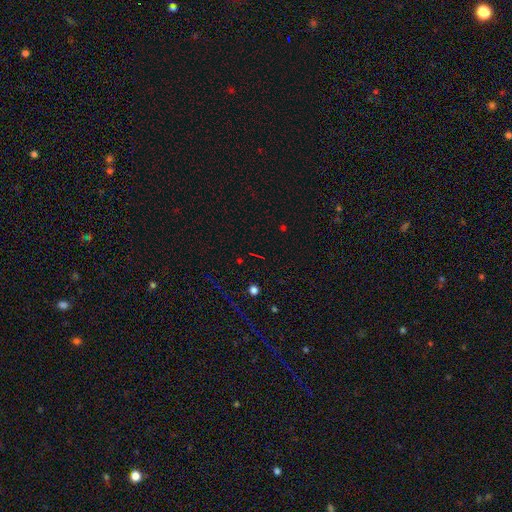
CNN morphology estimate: A star or artifact, not a galaxy (69%).

Vote fractions:
- Smooth or featured? star or artifact: 69% / smooth: 19% / featured or disk: 11%